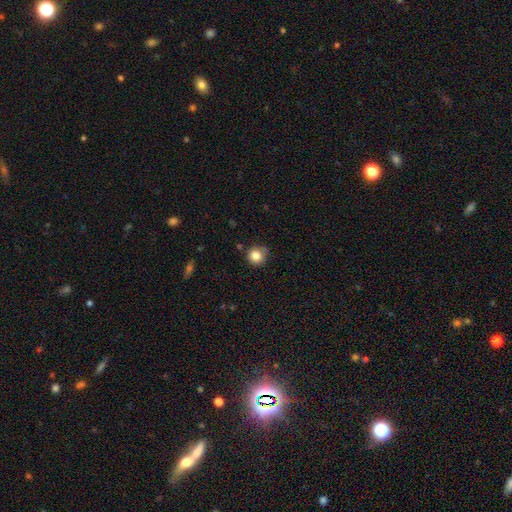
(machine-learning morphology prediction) Smooth or featured? smooth (83%)
How rounded? round (92%)
Merging? none (76%)